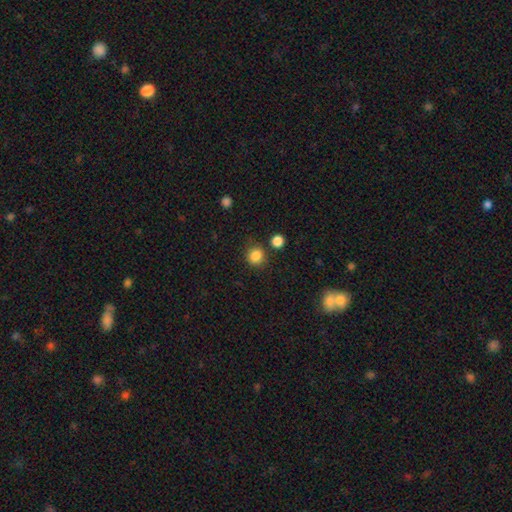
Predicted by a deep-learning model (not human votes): Q: Smooth or featured?
A: smooth (85%); runner-up: star or artifact (11%)
Q: How rounded?
A: round (88%); runner-up: in between (11%)
Q: Merging?
A: none (80%); runner-up: minor disturbance (10%)